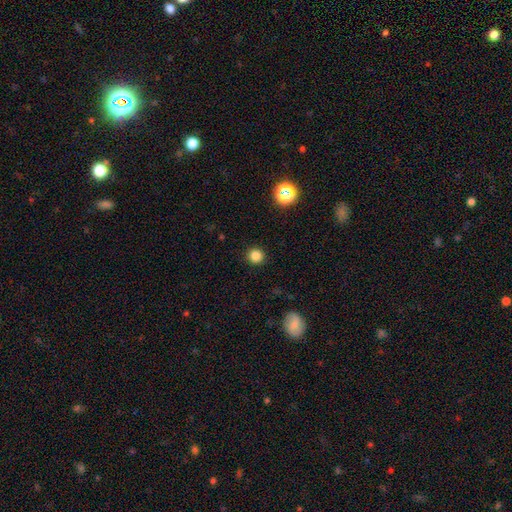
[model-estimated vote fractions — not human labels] Q: Smooth or featured?
A: smooth (83%); runner-up: star or artifact (13%)
Q: How rounded?
A: round (94%); runner-up: in between (5%)
Q: Merging?
A: none (92%); runner-up: minor disturbance (5%)